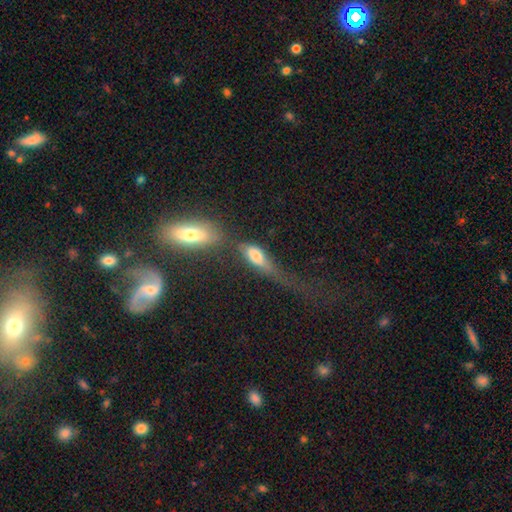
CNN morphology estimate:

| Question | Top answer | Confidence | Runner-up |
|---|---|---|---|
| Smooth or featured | smooth | 65% | featured or disk (24%) |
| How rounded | in between | 68% | cigar-shaped (26%) |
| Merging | major disturbance | 31% | merger (27%) |